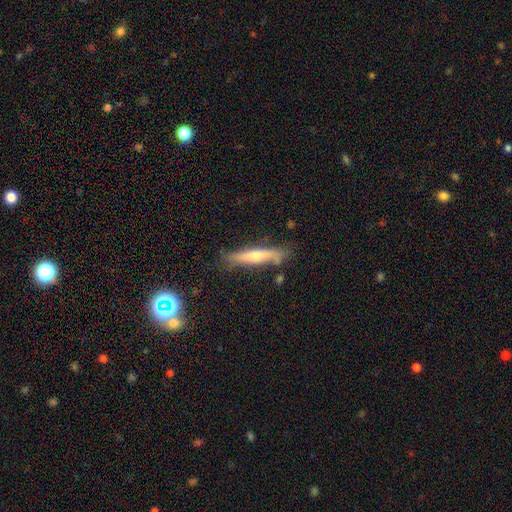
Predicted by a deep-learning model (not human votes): featured or disk 50%, smooth 40%, star or artifact 10%. Down the decision tree: merging — none (79%).